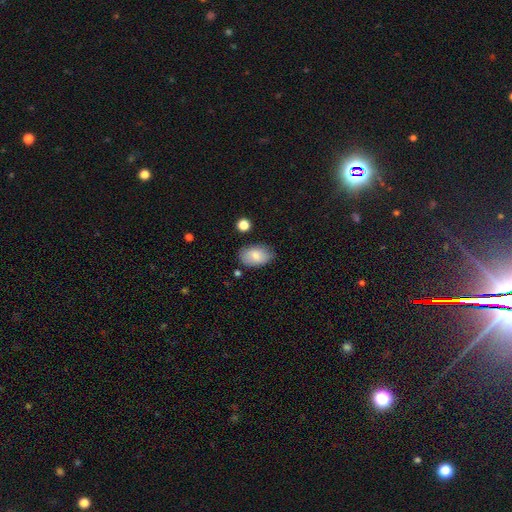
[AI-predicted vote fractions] Smooth or featured?
  - smooth: 81% *
  - featured or disk: 12%
  - star or artifact: 7%
How rounded?
  - in between: 90% *
  - round: 8%
  - cigar-shaped: 1%
Merging?
  - none: 76% *
  - minor disturbance: 17%
  - major disturbance: 3%
  - merger: 3%